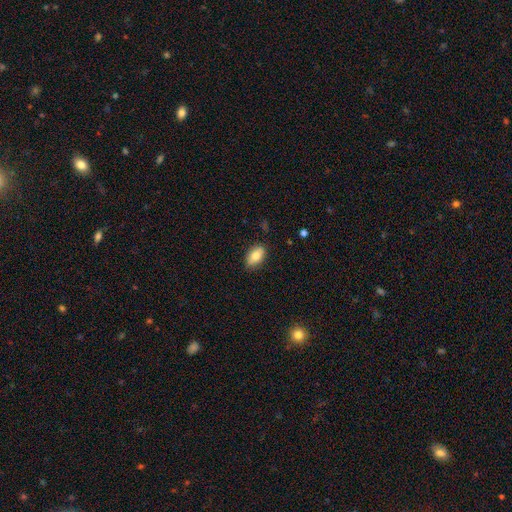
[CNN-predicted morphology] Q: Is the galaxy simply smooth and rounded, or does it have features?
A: smooth — 78%.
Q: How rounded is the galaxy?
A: in between — 90%.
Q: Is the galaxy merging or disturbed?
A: none — 84%.